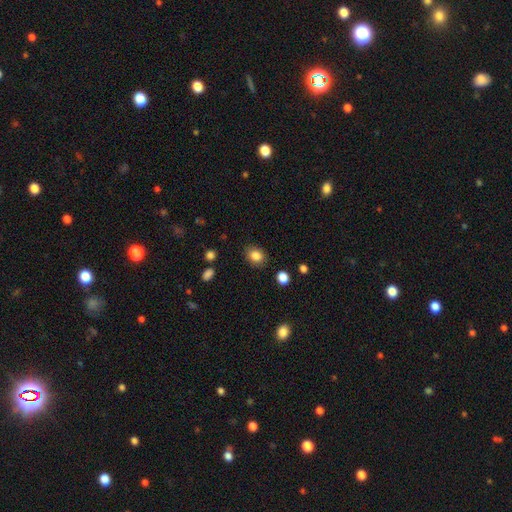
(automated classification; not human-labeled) This appears to be a smooth galaxy with no disk features (84%) that is in between round and cigar-shaped (53%). Merging: none (85%).